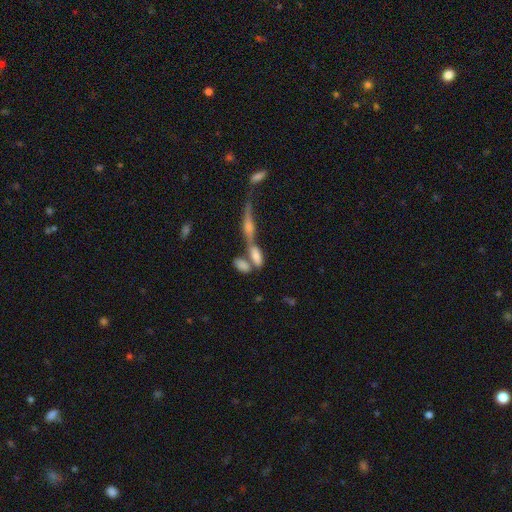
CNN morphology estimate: A smooth galaxy with no disk features (65%) that is in between round and cigar-shaped (74%). Merging: merger (50%).